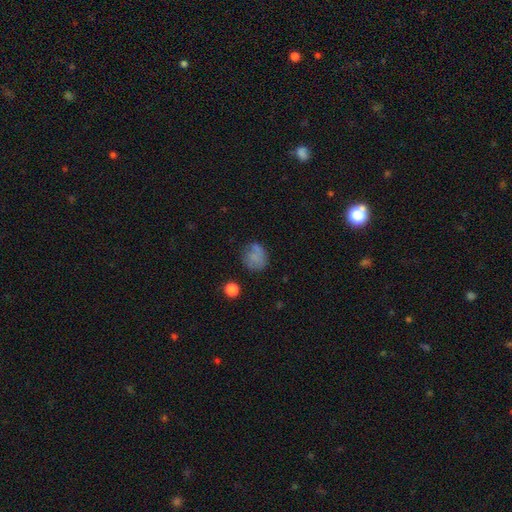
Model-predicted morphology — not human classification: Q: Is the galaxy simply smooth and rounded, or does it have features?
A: smooth — 73%.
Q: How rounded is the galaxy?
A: round — 75%.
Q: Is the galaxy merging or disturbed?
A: none — 60%.